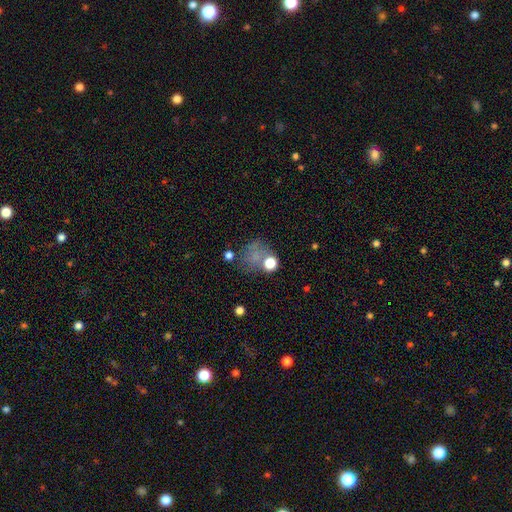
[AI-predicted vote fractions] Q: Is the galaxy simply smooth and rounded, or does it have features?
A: smooth — 61%.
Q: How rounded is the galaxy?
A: round — 72%.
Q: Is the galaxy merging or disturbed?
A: none — 48%.